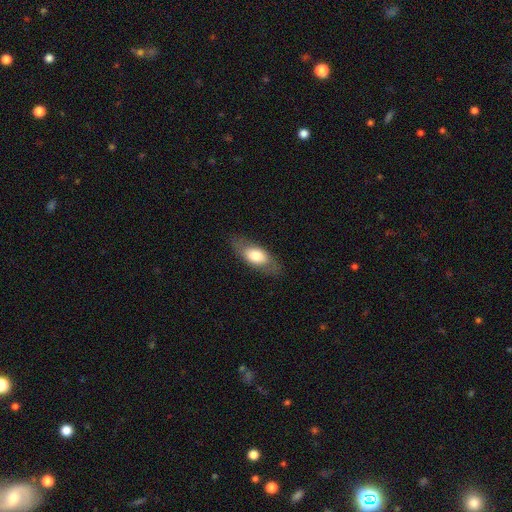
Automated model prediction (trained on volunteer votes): smooth_or_featured: smooth (p=0.67) [alt: featured or disk p=0.27]
how_rounded: in between (p=0.81) [alt: cigar-shaped p=0.14]
merging: none (p=0.79) [alt: minor disturbance p=0.14]